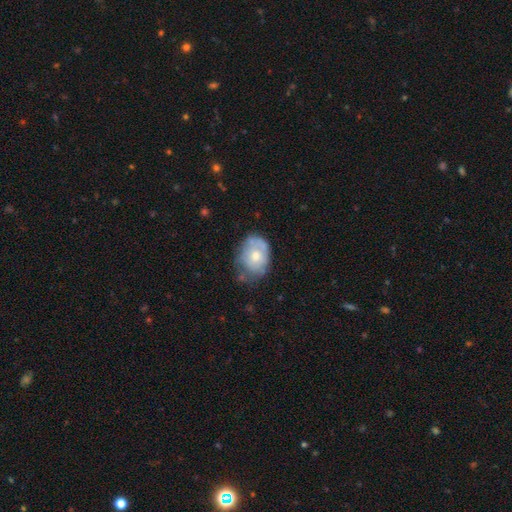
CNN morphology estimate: Smooth or featured?
  - smooth: 54% *
  - featured or disk: 39%
  - star or artifact: 7%
How rounded?
  - in between: 61% *
  - round: 38%
  - cigar-shaped: 1%
Merging?
  - none: 47% *
  - minor disturbance: 35%
  - major disturbance: 14%
  - merger: 4%